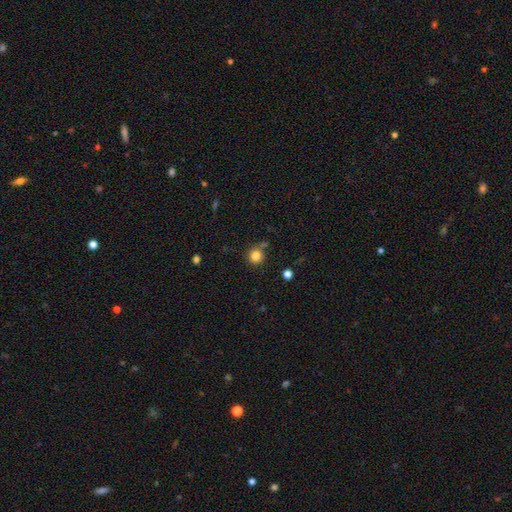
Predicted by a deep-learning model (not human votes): The model was most divided on "merging": none: 75%, minor disturbance: 12%, merger: 9%, major disturbance: 4%. More confident: how rounded — round (92%); smooth or featured — smooth (82%).